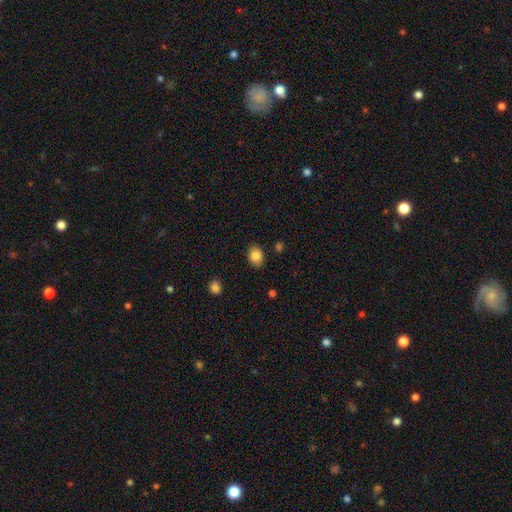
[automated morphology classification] Smooth or featured?
  - smooth: 84% *
  - star or artifact: 8%
  - featured or disk: 7%
How rounded?
  - in between: 72% *
  - round: 27%
  - cigar-shaped: 1%
Merging?
  - none: 86% *
  - minor disturbance: 10%
  - major disturbance: 2%
  - merger: 2%